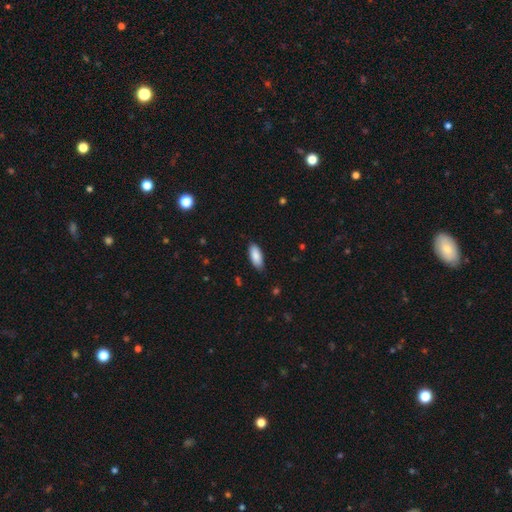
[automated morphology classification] This appears to be a smooth galaxy with no disk features (88%) that is in between round and cigar-shaped (83%). Merging: none (84%).